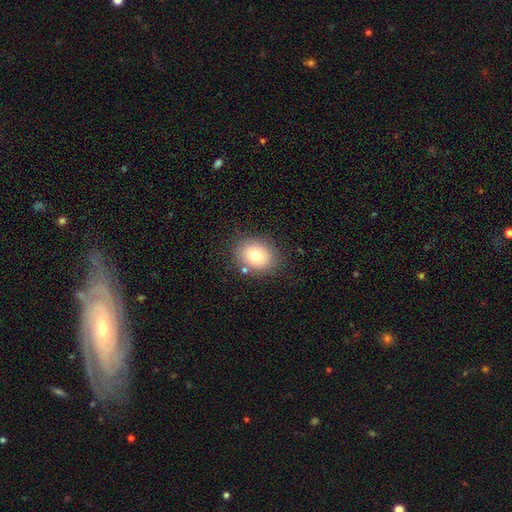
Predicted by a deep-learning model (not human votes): A smooth galaxy with no disk features (77%) that is round (56%).

Vote fractions:
- Smooth or featured? smooth: 77% / featured or disk: 13% / star or artifact: 10%
- How rounded? round: 56% / in between: 44% / cigar-shaped: 1%
- Merging? none: 82% / minor disturbance: 11% / merger: 4% / major disturbance: 3%